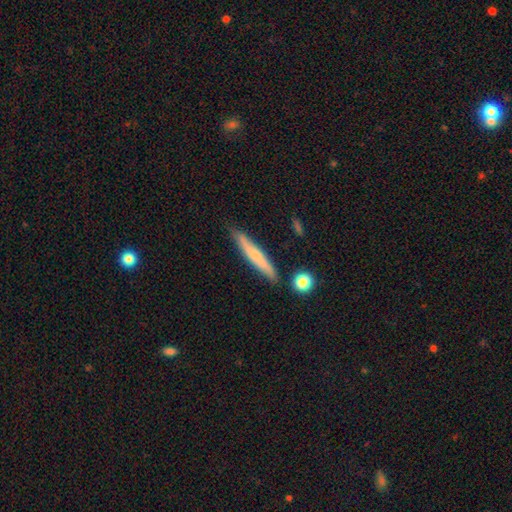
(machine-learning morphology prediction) Overall: smooth (59%; featured or disk 35%). How rounded: cigar-shaped (93%). Merging: none (81%).